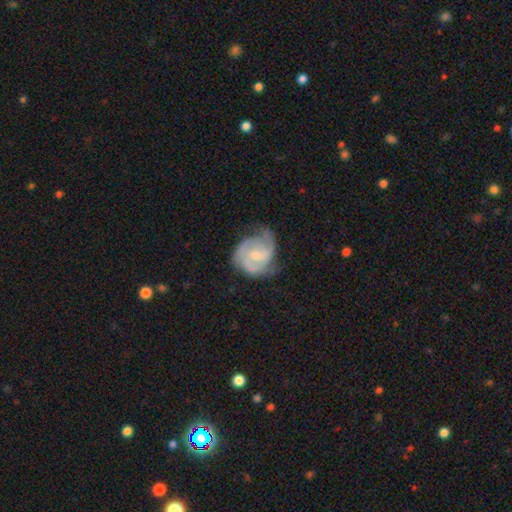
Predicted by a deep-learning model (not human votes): Smooth or featured?
  - featured or disk: 76% *
  - smooth: 18%
  - star or artifact: 6%
Edge-on disk?
  - no: 98% *
  - yes: 2%
Bar?
  - no: 62% *
  - weak: 33%
  - strong: 6%
Spiral arms?
  - yes: 90% *
  - no: 10%
Spiral winding?
  - tight: 43% *
  - medium: 41%
  - loose: 15%
Spiral arm count?
  - 2: 45% *
  - 3: 22%
  - can't tell: 20%
  - 1: 7%
  - 4: 4%
  - more than 4: 3%
Bulge size?
  - small: 55% *
  - moderate: 40%
  - none: 2%
  - large: 1%
  - dominant: 1%
Merging?
  - none: 48% *
  - minor disturbance: 32%
  - major disturbance: 19%
  - merger: 2%